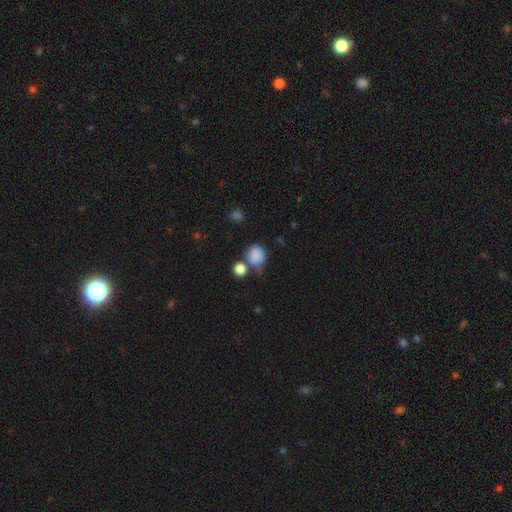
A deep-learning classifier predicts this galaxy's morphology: A smooth galaxy with no disk features (83%) that is round (76%).

Vote fractions:
- Smooth or featured? smooth: 83% / star or artifact: 10% / featured or disk: 7%
- How rounded? round: 76% / in between: 23% / cigar-shaped: 1%
- Merging? none: 47% / merger: 24% / minor disturbance: 21% / major disturbance: 8%